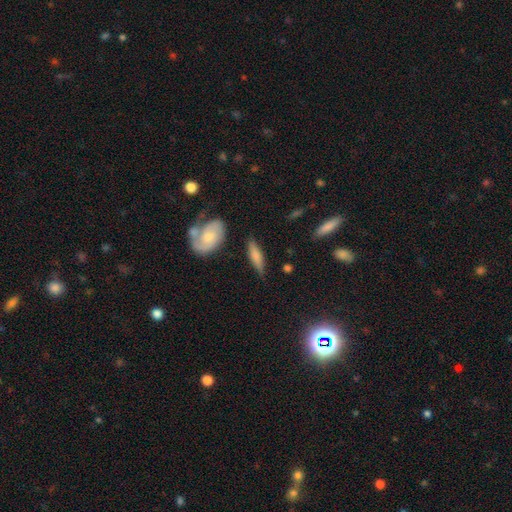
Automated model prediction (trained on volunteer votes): Smooth or featured: smooth — 62% (featured or disk — 32%)
How rounded: cigar-shaped — 64% (in between — 34%)
Merging: none — 73% (minor disturbance — 18%)